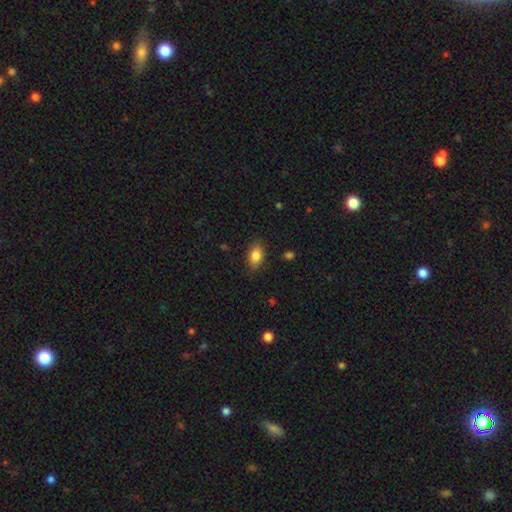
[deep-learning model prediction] A smooth galaxy with no disk features (83%) that is in between round and cigar-shaped (85%).

Vote fractions:
- Smooth or featured? smooth: 83% / featured or disk: 9% / star or artifact: 8%
- How rounded? in between: 85% / round: 11% / cigar-shaped: 4%
- Merging? none: 83% / minor disturbance: 13% / major disturbance: 3% / merger: 1%